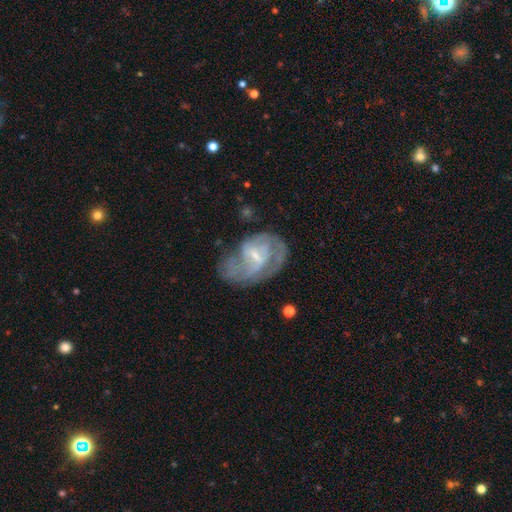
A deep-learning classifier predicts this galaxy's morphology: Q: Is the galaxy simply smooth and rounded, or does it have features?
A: featured or disk — 78%.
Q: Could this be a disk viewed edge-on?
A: no — 97%.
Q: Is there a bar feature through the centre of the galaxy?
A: weak — 55%.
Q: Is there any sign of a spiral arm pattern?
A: yes — 85%.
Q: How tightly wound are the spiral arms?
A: medium — 43%.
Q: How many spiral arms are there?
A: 2 — 41%.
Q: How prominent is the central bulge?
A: small — 65%.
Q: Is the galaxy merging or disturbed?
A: none — 47%.